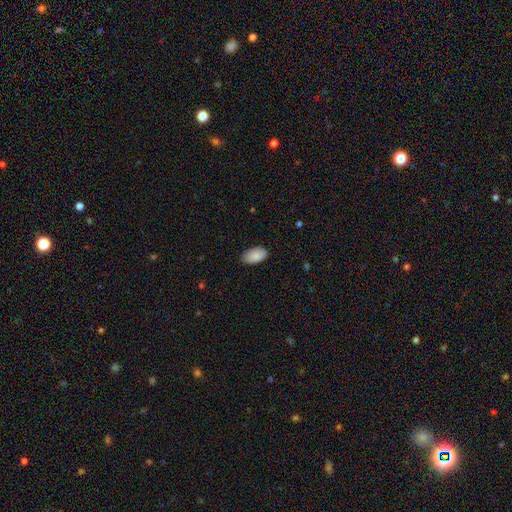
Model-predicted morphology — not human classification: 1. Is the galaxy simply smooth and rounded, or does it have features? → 88% smooth, 6% star or artifact, 6% featured or disk.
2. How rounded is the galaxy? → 95% in between, 3% round, 2% cigar-shaped.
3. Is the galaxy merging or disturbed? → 83% none, 14% minor disturbance, 2% major disturbance, 1% merger.